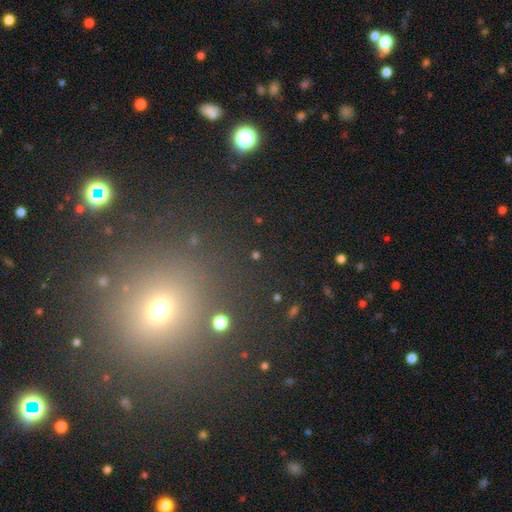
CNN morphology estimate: Overall: star or artifact (49%; smooth 42%).